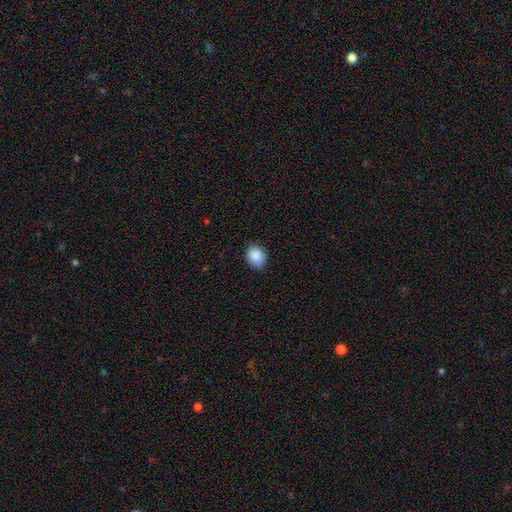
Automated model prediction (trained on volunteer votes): smooth 88%, star or artifact 8%, featured or disk 4%. Down the decision tree: how rounded — in between (53%); merging — none (83%).